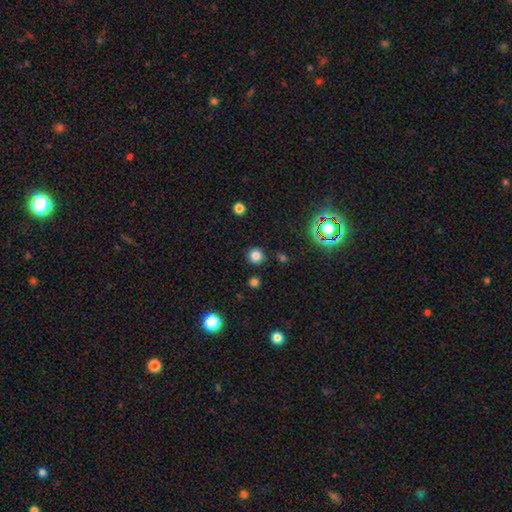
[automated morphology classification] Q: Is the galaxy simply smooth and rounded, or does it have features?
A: smooth — 79%.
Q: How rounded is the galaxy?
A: round — 93%.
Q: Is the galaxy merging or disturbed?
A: none — 89%.